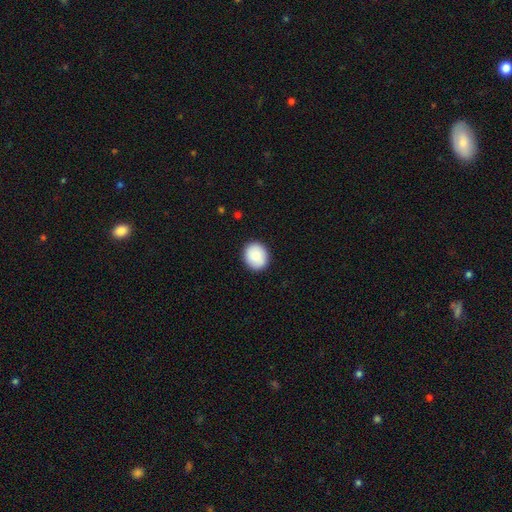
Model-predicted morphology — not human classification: Smooth or featured: smooth — 86% (featured or disk — 7%)
How rounded: round — 73% (in between — 26%)
Merging: none — 90% (minor disturbance — 7%)